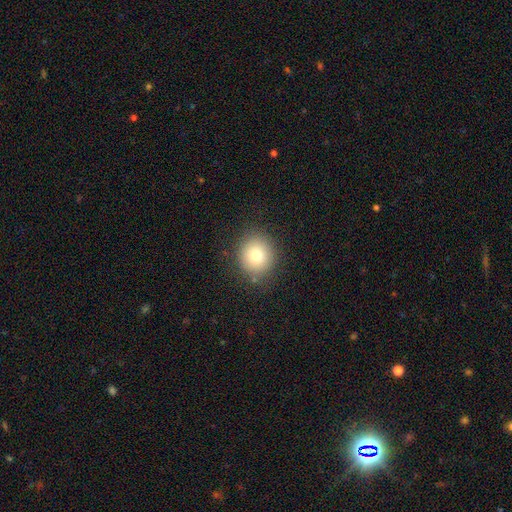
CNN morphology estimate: This is likely a smooth galaxy (76%). How rounded: clearly round (86%). Merging: clearly none (86%).